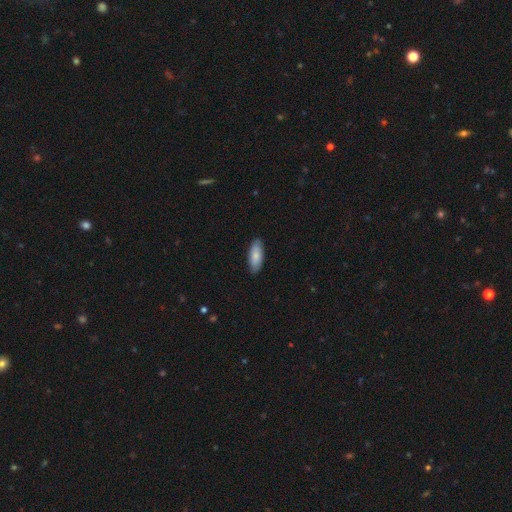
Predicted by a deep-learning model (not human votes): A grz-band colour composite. It shows a smooth galaxy with no disk features (81%) that is in between round and cigar-shaped (78%). Merging: none (87%).